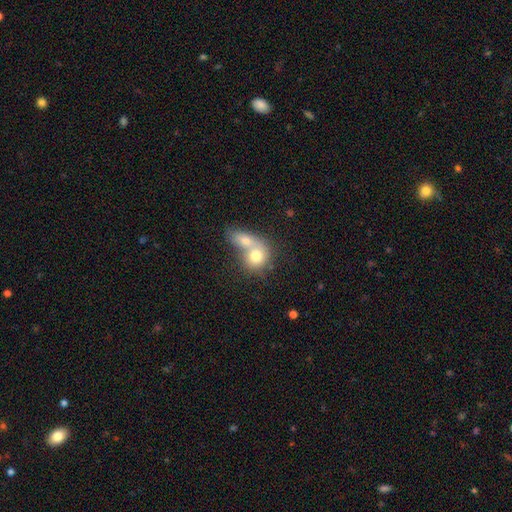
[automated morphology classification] smooth 72%, featured or disk 20%, star or artifact 8%. Down the decision tree: how rounded — round (65%); merging — merger (74%).